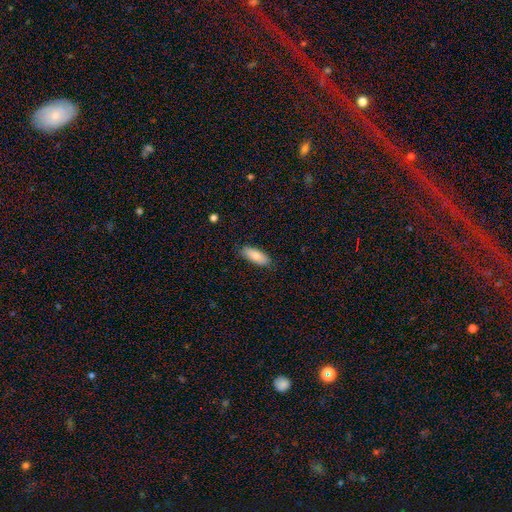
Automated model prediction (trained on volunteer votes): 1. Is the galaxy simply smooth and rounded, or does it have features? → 82% smooth, 12% featured or disk, 6% star or artifact.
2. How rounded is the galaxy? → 76% in between, 22% cigar-shaped, 2% round.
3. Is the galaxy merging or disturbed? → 86% none, 11% minor disturbance, 2% major disturbance, 1% merger.